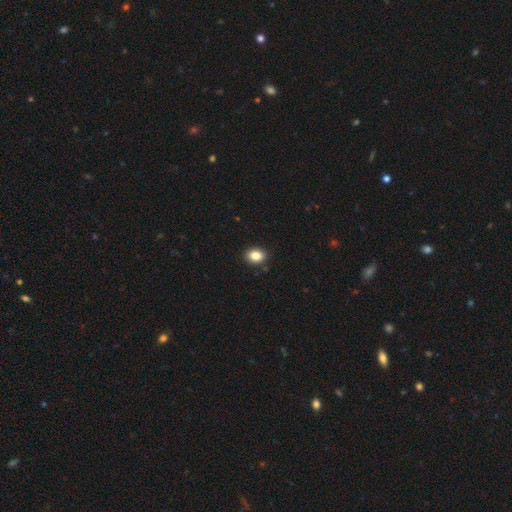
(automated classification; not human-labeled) This is clearly a smooth galaxy (86%). How rounded: likely in between (67%). Merging: clearly none (89%).